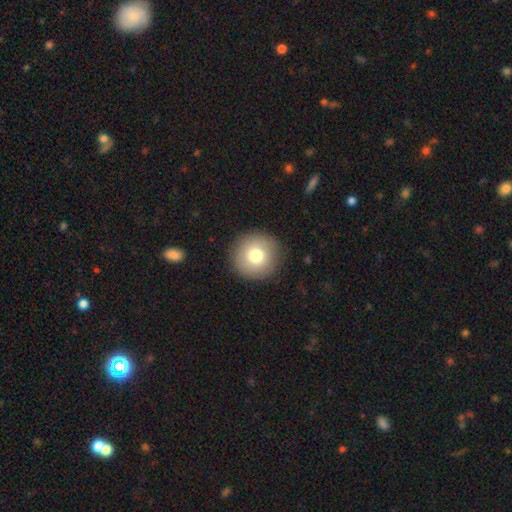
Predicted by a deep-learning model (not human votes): Overall: smooth (77%). How rounded: round (95%). Merging: none (90%).